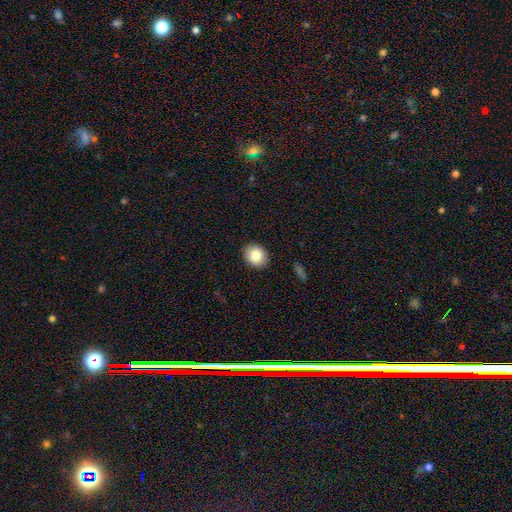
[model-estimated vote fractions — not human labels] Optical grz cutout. It shows a smooth galaxy with no disk features (82%) that is round (63%). Merging: none (91%).